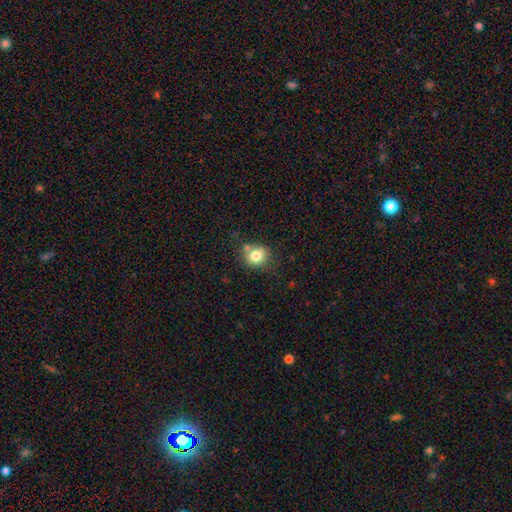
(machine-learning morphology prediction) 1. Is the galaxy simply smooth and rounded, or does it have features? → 78% smooth, 11% star or artifact, 10% featured or disk.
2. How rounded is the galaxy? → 78% round, 21% in between, 1% cigar-shaped.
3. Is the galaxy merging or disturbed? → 69% none, 16% minor disturbance, 10% merger, 4% major disturbance.